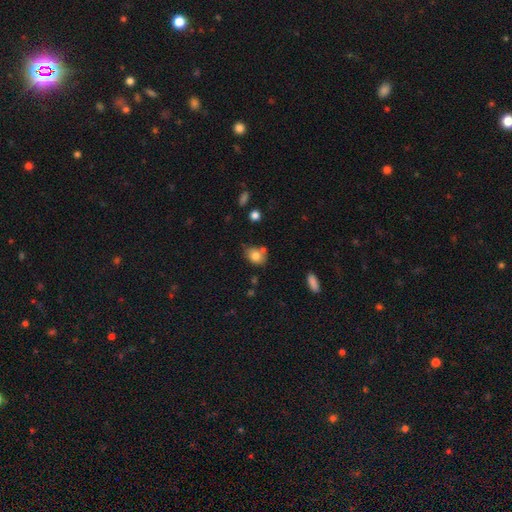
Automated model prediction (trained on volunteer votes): The model was most divided on "how rounded": in between: 62%, round: 37%, cigar-shaped: 1%. More confident: smooth or featured — smooth (79%); merging — none (59%).